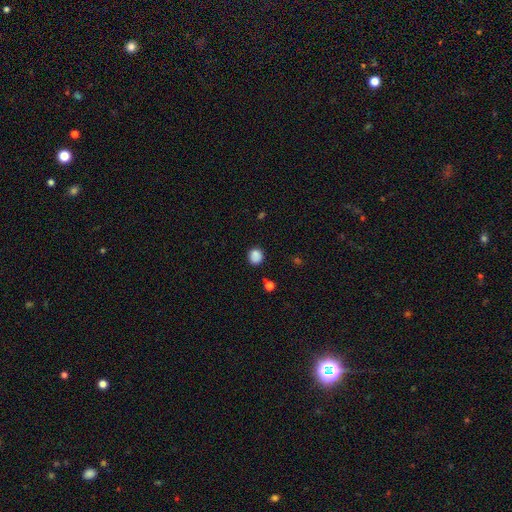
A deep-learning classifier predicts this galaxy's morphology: Overall: smooth (85%). How rounded: round (84%). Merging: none (82%).